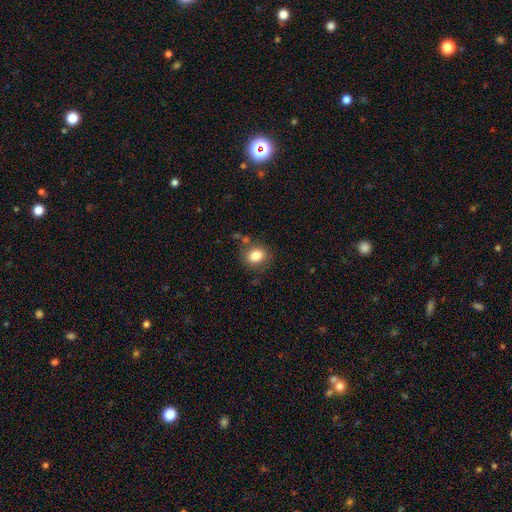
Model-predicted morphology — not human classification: A smooth galaxy with no disk features (82%) that is round (53%). Merging: none (76%).